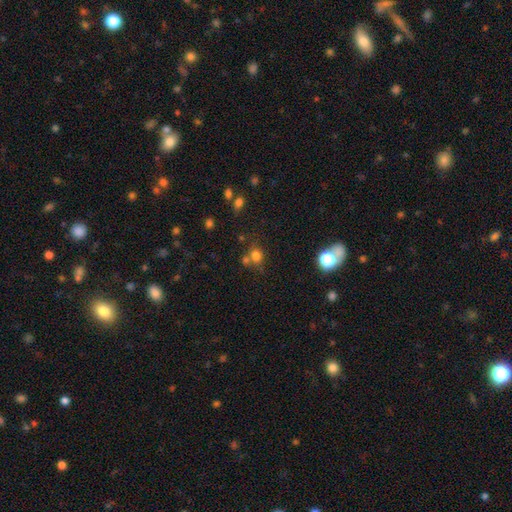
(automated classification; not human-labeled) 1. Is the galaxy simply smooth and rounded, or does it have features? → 74% smooth, 18% star or artifact, 8% featured or disk.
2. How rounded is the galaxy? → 70% round, 29% in between, 1% cigar-shaped.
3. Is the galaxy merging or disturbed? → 55% none, 28% merger, 12% minor disturbance, 5% major disturbance.